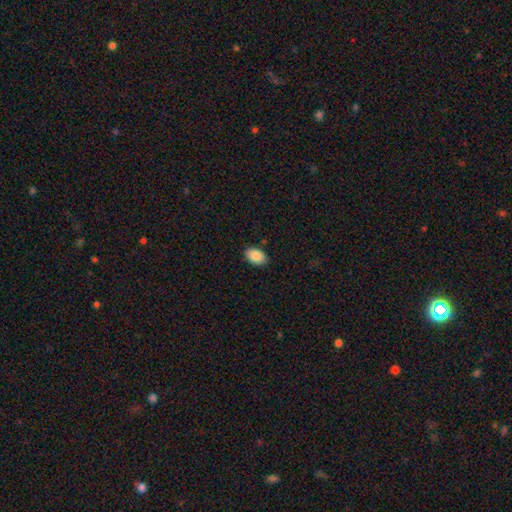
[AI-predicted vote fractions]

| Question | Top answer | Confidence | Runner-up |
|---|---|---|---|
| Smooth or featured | smooth | 88% | star or artifact (7%) |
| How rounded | in between | 87% | round (12%) |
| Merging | none | 87% | minor disturbance (10%) |